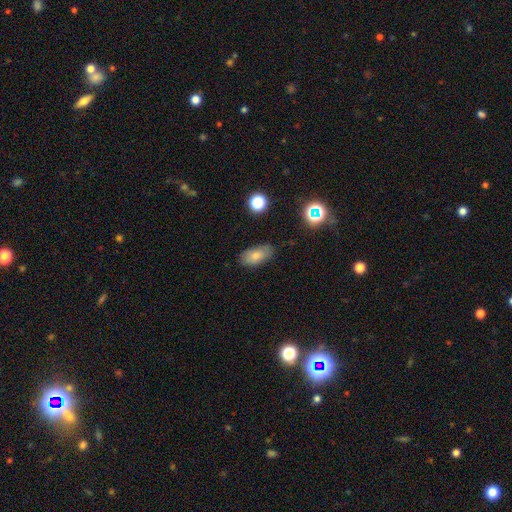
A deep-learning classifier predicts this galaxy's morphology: type=smooth (77%); roundness=in between (90%); merging=none (78%).